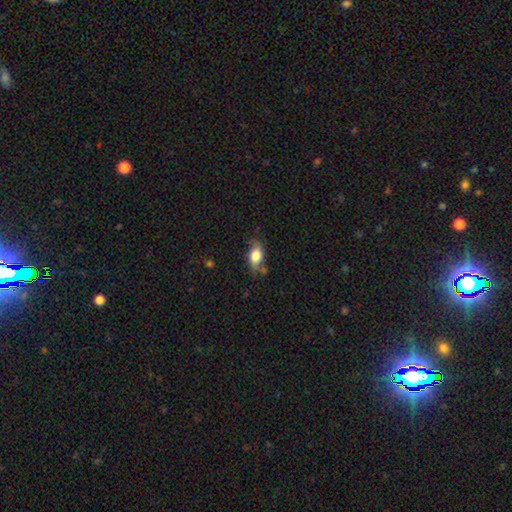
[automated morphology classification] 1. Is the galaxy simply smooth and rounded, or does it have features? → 79% smooth, 13% featured or disk, 8% star or artifact.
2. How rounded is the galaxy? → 84% in between, 10% round, 6% cigar-shaped.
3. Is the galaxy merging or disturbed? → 65% none, 24% minor disturbance, 6% major disturbance, 5% merger.